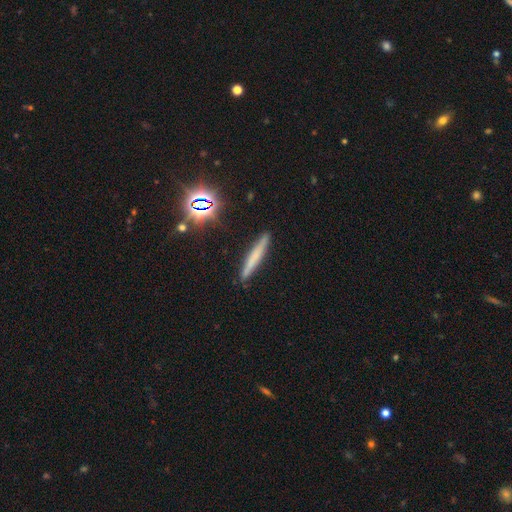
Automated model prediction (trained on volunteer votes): smooth 56%, featured or disk 30%, star or artifact 13%. Down the decision tree: how rounded — cigar-shaped (95%); merging — none (89%).